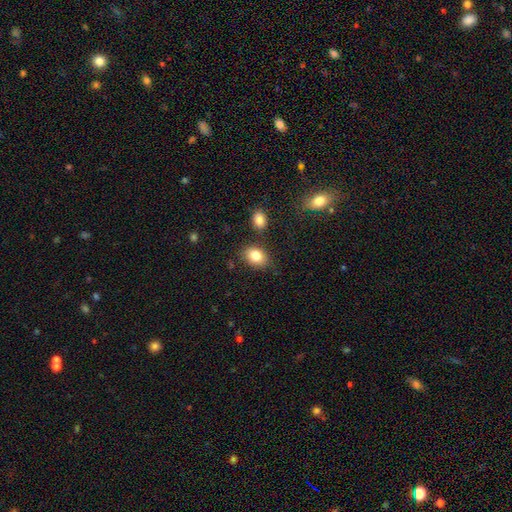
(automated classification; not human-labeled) Overall: smooth (84%). How rounded: in between (76%). Merging: none (77%).